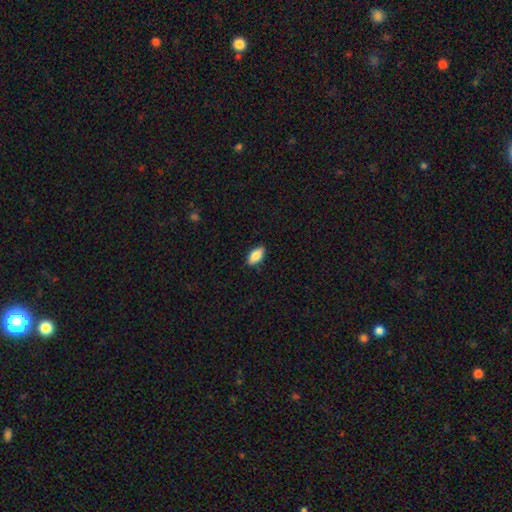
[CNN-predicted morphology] smooth_or_featured: smooth (p=0.81) [alt: featured or disk p=0.13]
how_rounded: in between (p=0.88) [alt: cigar-shaped p=0.09]
merging: none (p=0.87) [alt: minor disturbance p=0.10]